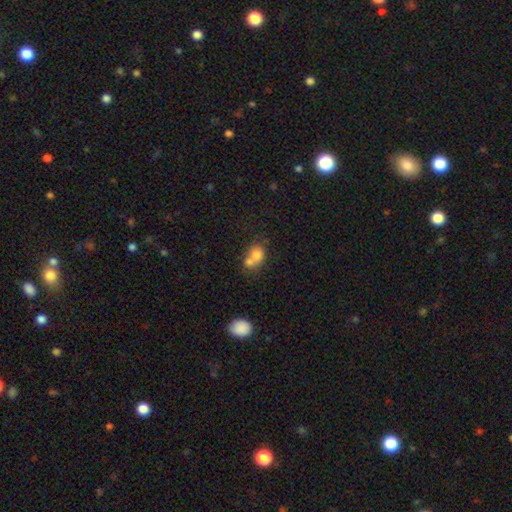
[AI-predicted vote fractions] Smooth or featured? Predicted: smooth (p=0.75). How rounded? Predicted: round (p=0.56). Merging? Predicted: merger (p=0.57).